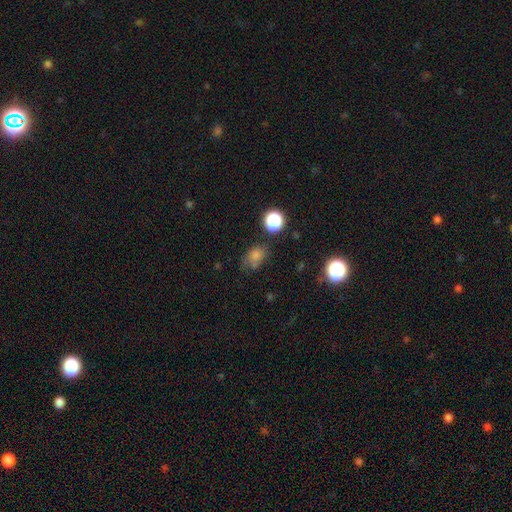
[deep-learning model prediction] Smooth or featured?
  - smooth: 72% *
  - star or artifact: 18%
  - featured or disk: 9%
How rounded?
  - in between: 62% *
  - round: 36%
  - cigar-shaped: 2%
Merging?
  - none: 53% *
  - minor disturbance: 27%
  - major disturbance: 12%
  - merger: 9%